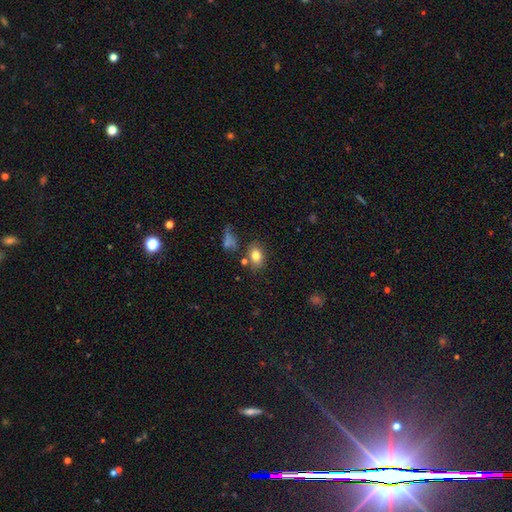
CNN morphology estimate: Overall: smooth (81%). How rounded: in between (74%). Merging: none (72%).